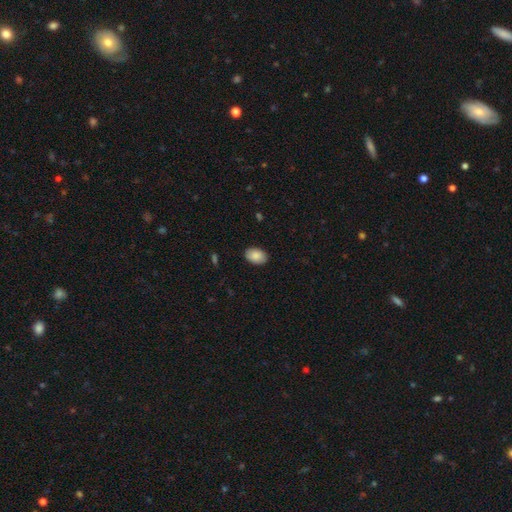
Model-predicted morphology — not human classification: Smooth or featured? smooth (89%)
How rounded? in between (86%)
Merging? none (89%)